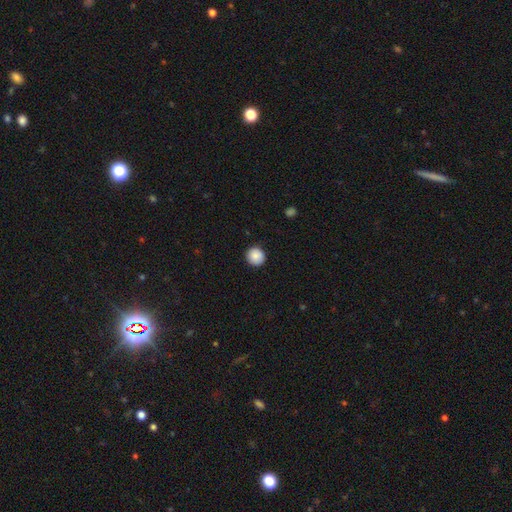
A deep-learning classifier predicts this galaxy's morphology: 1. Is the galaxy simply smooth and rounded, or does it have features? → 87% smooth, 8% star or artifact, 5% featured or disk.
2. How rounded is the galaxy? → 93% round, 6% in between, 1% cigar-shaped.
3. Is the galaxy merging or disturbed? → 90% none, 7% minor disturbance, 2% major disturbance, 1% merger.